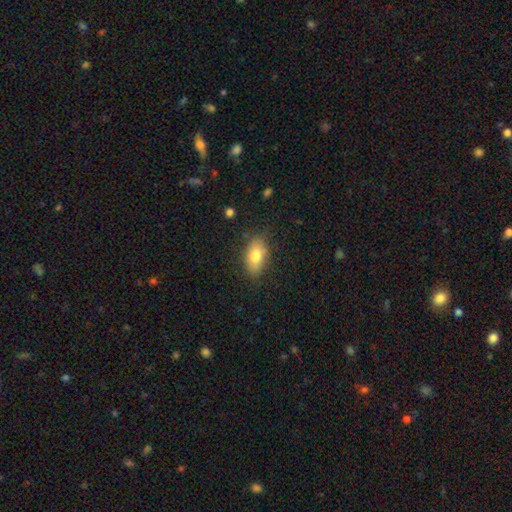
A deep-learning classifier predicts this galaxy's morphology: Smooth or featured: smooth — 78% (featured or disk — 14%)
How rounded: in between — 89% (round — 7%)
Merging: none — 79% (minor disturbance — 16%)